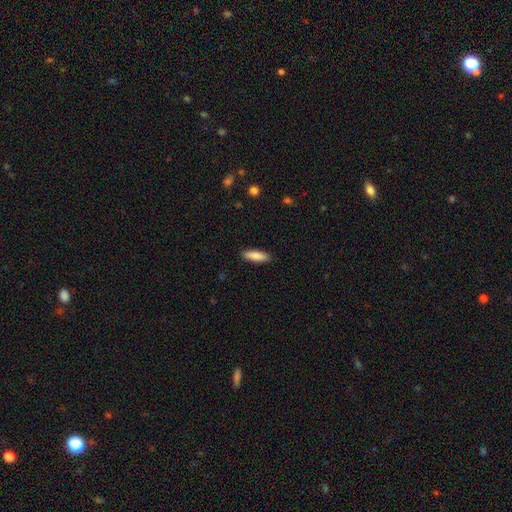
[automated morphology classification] Smooth or featured?
  - smooth: 85% *
  - featured or disk: 9%
  - star or artifact: 6%
How rounded?
  - cigar-shaped: 51% *
  - in between: 48%
  - round: 2%
Merging?
  - none: 90% *
  - minor disturbance: 7%
  - major disturbance: 2%
  - merger: 1%